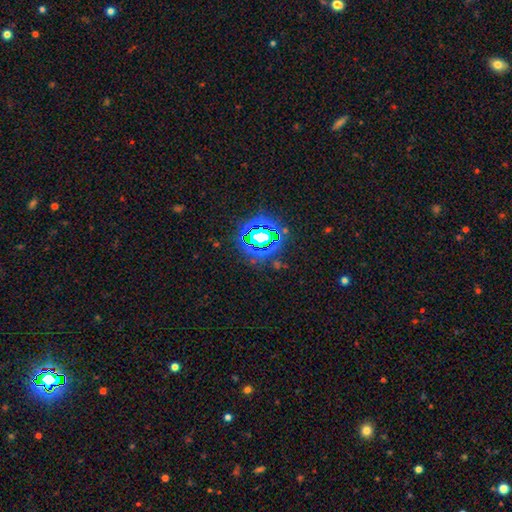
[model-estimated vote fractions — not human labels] This appears to be a star or artifact, not a galaxy (81%).